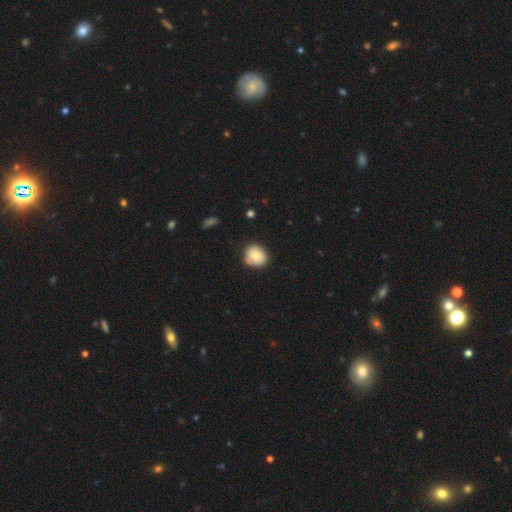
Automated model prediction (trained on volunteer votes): Smooth or featured: smooth — 84% (featured or disk — 8%)
How rounded: round — 75% (in between — 24%)
Merging: none — 77% (minor disturbance — 17%)